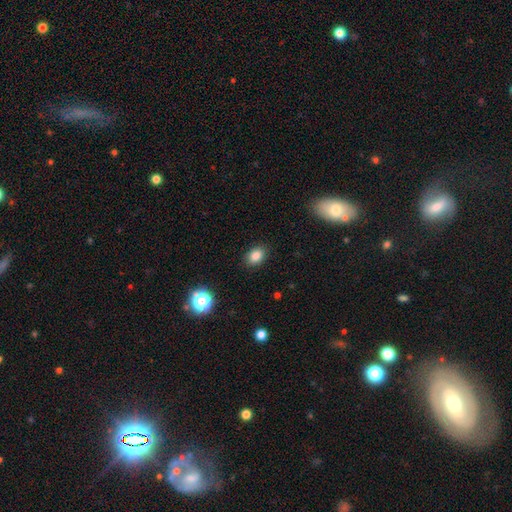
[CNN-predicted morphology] Smooth or featured? Predicted: smooth (p=0.84). How rounded? Predicted: in between (p=0.72). Merging? Predicted: none (p=0.87).